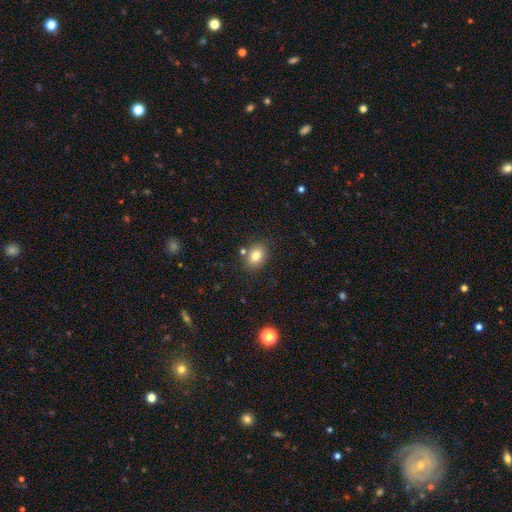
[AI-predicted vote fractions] Smooth or featured: smooth — 80% (star or artifact — 10%)
How rounded: in between — 65% (round — 34%)
Merging: none — 79% (minor disturbance — 11%)